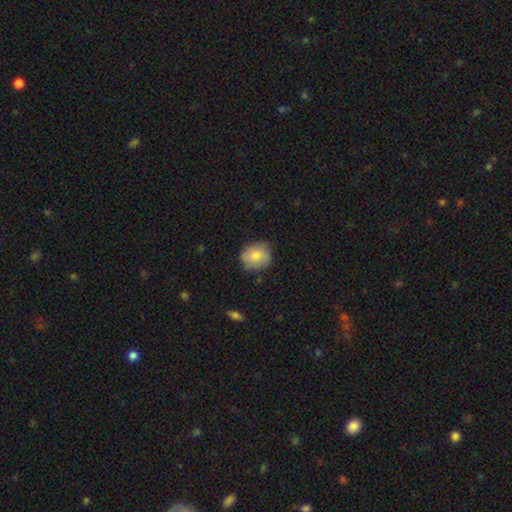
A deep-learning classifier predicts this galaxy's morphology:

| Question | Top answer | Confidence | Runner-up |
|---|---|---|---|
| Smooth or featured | smooth | 78% | featured or disk (15%) |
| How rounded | round | 77% | in between (22%) |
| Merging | none | 74% | minor disturbance (21%) |